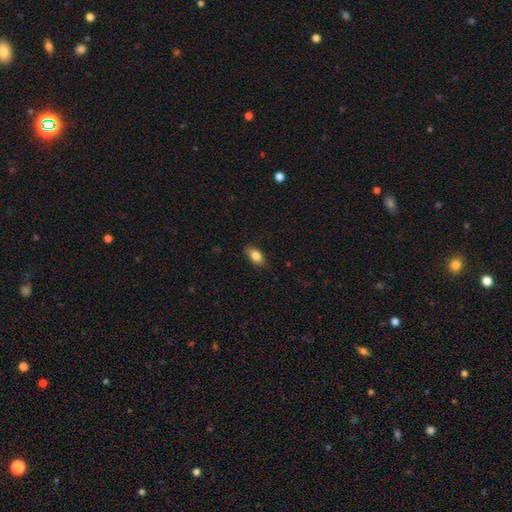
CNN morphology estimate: Smooth or featured? Predicted: smooth (p=0.84). How rounded? Predicted: in between (p=0.88). Merging? Predicted: none (p=0.84).